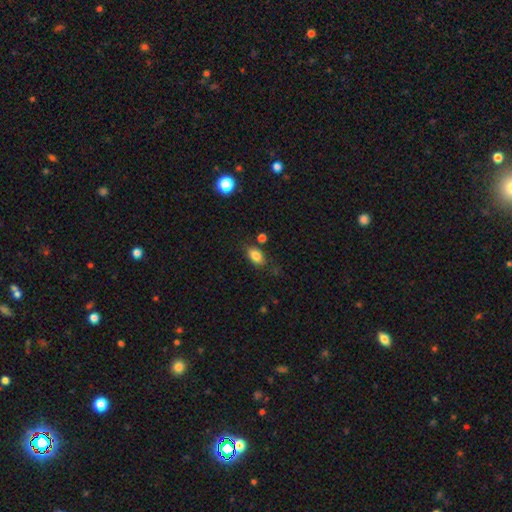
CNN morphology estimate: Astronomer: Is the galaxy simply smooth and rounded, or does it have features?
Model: smooth — 83%.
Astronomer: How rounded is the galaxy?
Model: in between — 87%.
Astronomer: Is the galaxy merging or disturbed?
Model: none — 76%.